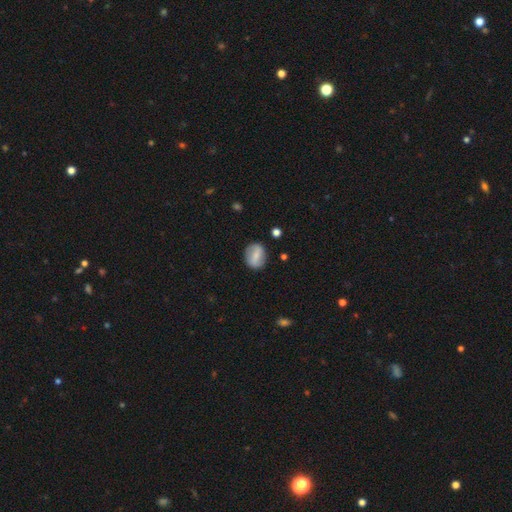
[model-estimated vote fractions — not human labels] smooth 55%, featured or disk 38%, star or artifact 8%. Down the decision tree: how rounded — round (49%, tied with in between); merging — none (82%).